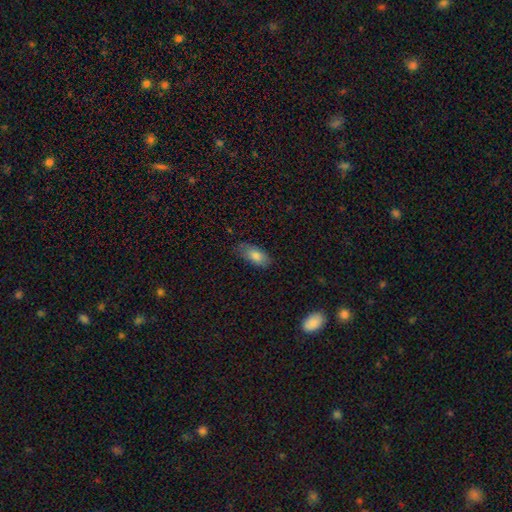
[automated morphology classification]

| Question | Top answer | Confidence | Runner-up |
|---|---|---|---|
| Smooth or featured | smooth | 83% | featured or disk (10%) |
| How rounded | in between | 89% | cigar-shaped (8%) |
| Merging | none | 70% | minor disturbance (24%) |